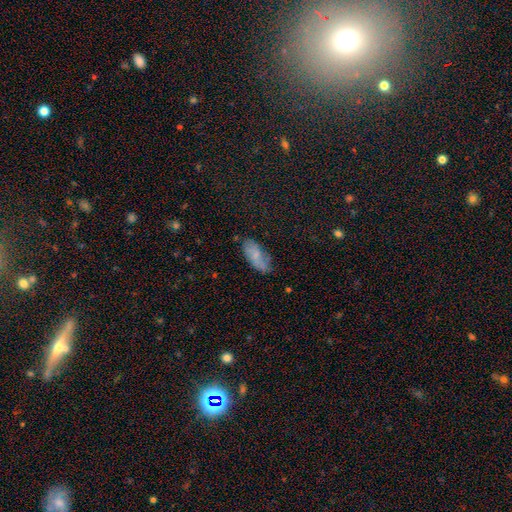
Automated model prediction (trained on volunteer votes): This is likely a smooth galaxy (68%). How rounded: clearly in between (84%). Merging: likely none (63%).